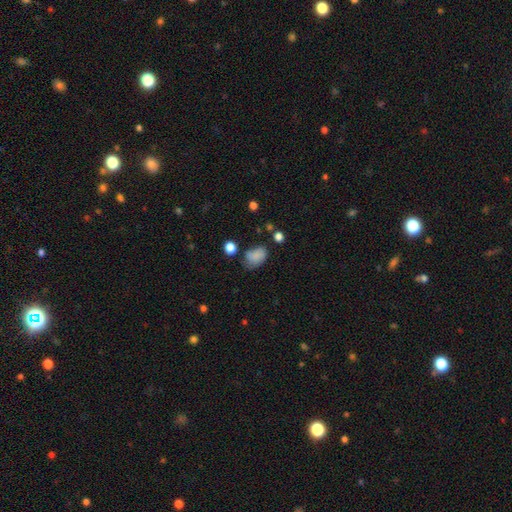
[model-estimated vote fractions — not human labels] Q: Smooth or featured?
A: smooth (80%); runner-up: star or artifact (10%)
Q: How rounded?
A: in between (81%); runner-up: round (18%)
Q: Merging?
A: none (47%); runner-up: minor disturbance (33%)